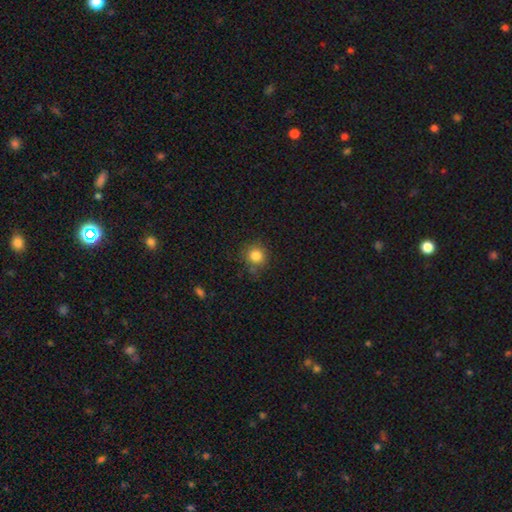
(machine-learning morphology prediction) This is clearly a smooth galaxy (83%). How rounded: clearly round (90%). Merging: likely none (79%).